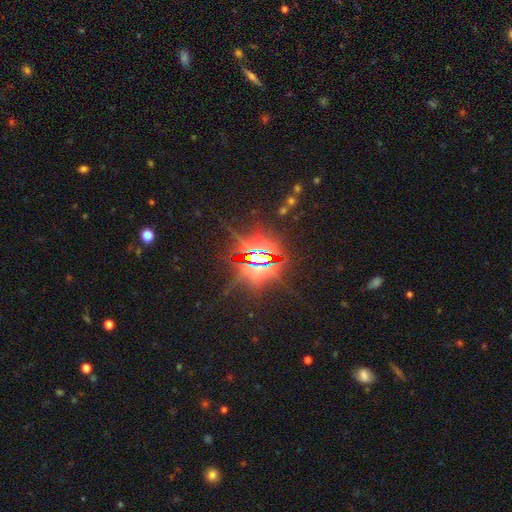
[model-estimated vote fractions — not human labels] smooth_or_featured: star or artifact (p=0.85) [alt: featured or disk p=0.09]